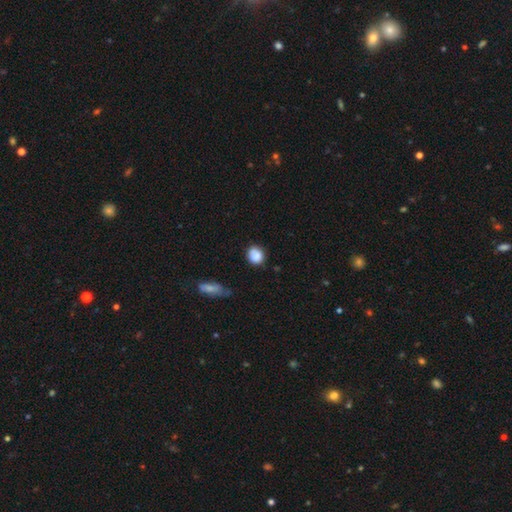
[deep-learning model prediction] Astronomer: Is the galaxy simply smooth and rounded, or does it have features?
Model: smooth — 82%.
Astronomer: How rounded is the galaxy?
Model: round — 70%.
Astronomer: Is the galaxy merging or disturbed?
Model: none — 62%.